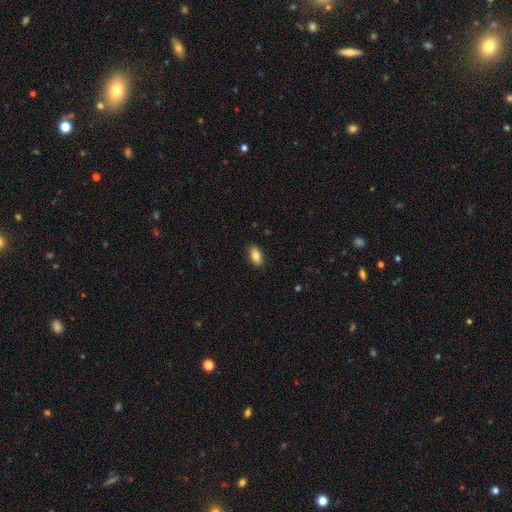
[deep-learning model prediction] smooth-or-featured: smooth: 84% | featured or disk: 9% | star or artifact: 8%
  how-rounded: in between: 91% | round: 5% | cigar-shaped: 5%
  merging: none: 89% | minor disturbance: 8% | major disturbance: 2% | merger: 1%